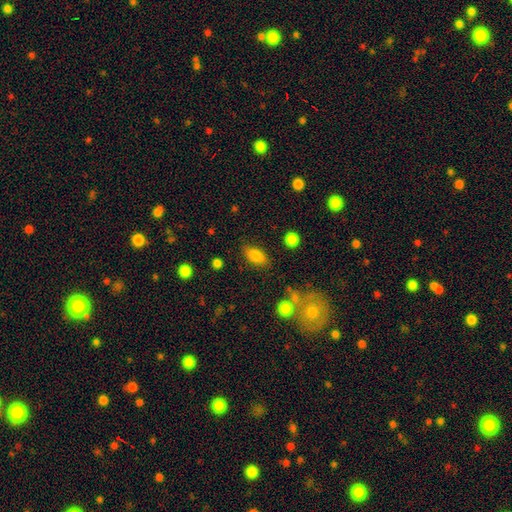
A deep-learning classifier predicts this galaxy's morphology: The model was most divided on "merging": none: 81%, minor disturbance: 12%, major disturbance: 4%, merger: 3%. More confident: how rounded — in between (87%); smooth or featured — smooth (83%).